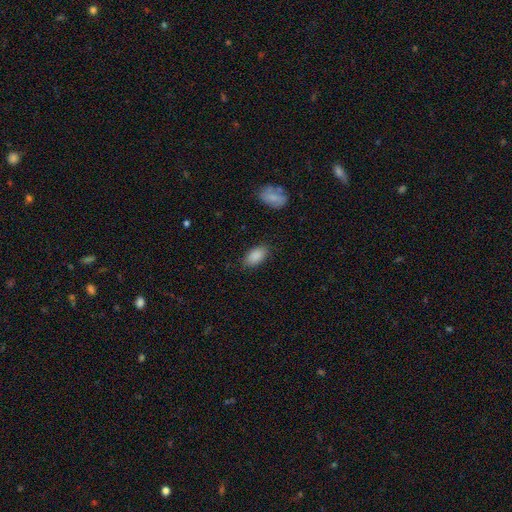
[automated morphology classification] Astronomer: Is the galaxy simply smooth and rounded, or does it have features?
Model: smooth — 88%.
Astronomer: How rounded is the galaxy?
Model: in between — 93%.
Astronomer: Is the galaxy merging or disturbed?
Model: none — 82%.